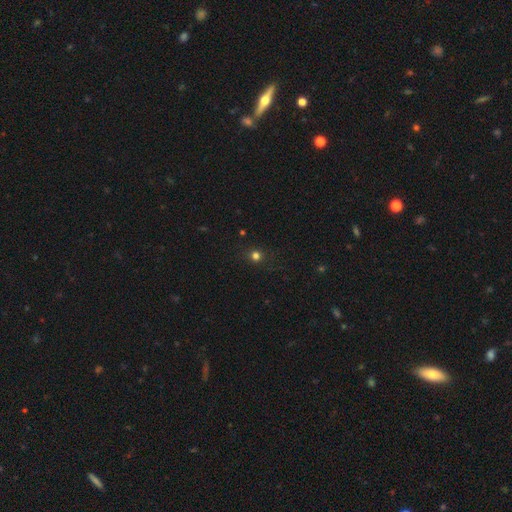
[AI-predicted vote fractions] Smooth or featured?
  - smooth: 72% *
  - star or artifact: 22%
  - featured or disk: 6%
How rounded?
  - round: 89% *
  - in between: 10%
  - cigar-shaped: 1%
Merging?
  - none: 88% *
  - minor disturbance: 8%
  - major disturbance: 3%
  - merger: 1%